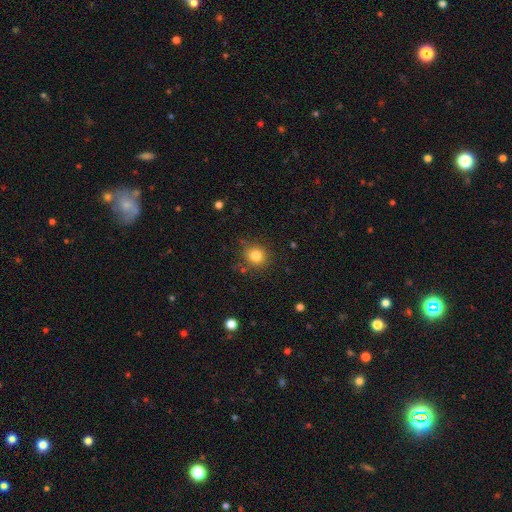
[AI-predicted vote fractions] Q: Smooth or featured?
A: smooth (82%); runner-up: star or artifact (12%)
Q: How rounded?
A: round (86%); runner-up: in between (13%)
Q: Merging?
A: none (81%); runner-up: minor disturbance (12%)